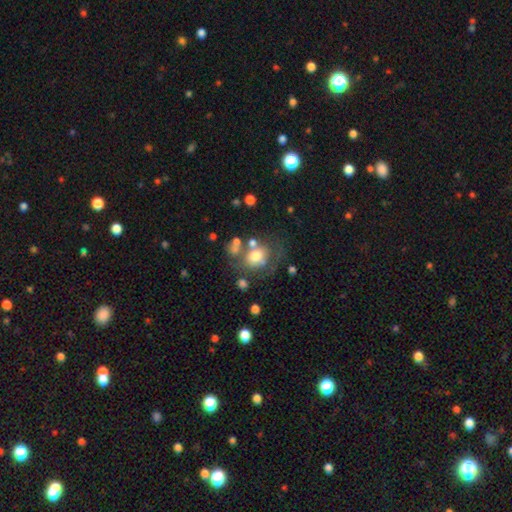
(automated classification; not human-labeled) Smooth or featured? Predicted: smooth (p=0.62). How rounded? Predicted: round (p=0.58). Merging? Predicted: none (p=0.43).